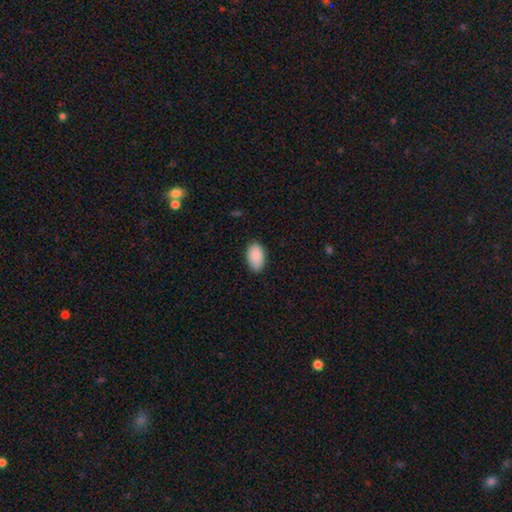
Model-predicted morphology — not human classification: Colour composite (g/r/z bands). It shows a smooth galaxy with no disk features (90%) that is in between round and cigar-shaped (94%). Merging: none (84%).